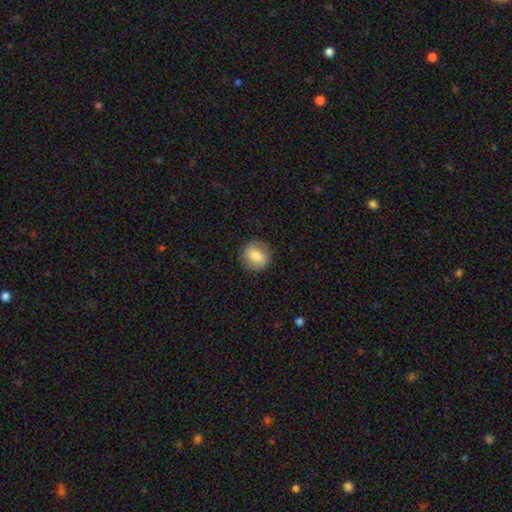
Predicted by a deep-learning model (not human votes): Smooth or featured?
  - smooth: 75% *
  - featured or disk: 17%
  - star or artifact: 8%
How rounded?
  - round: 84% *
  - in between: 15%
  - cigar-shaped: 1%
Merging?
  - none: 86% *
  - minor disturbance: 10%
  - major disturbance: 3%
  - merger: 1%